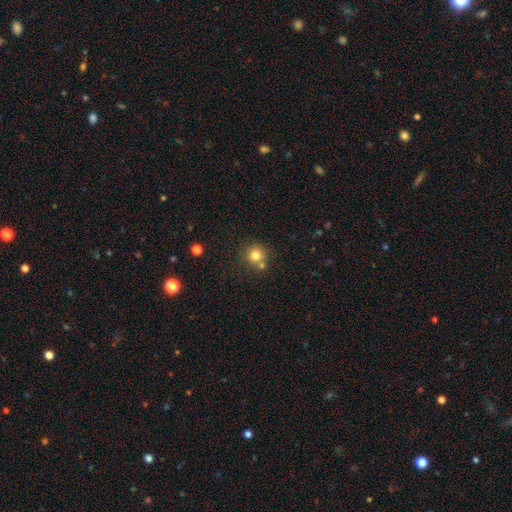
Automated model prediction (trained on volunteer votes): This is likely a smooth galaxy (78%). How rounded: clearly round (92%). Merging: likely none (67%).